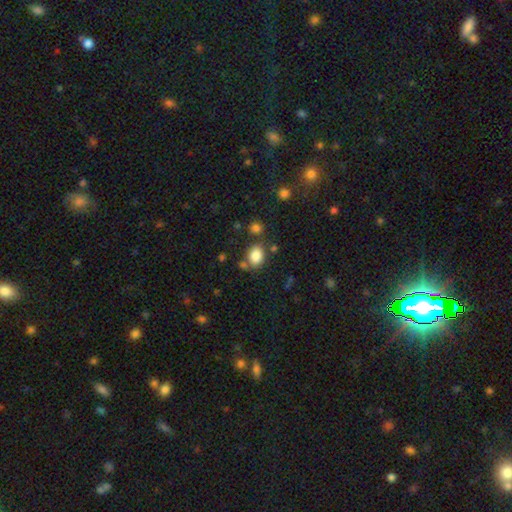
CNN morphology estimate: Q: Smooth or featured?
A: smooth (85%); runner-up: star or artifact (10%)
Q: How rounded?
A: in between (71%); runner-up: round (28%)
Q: Merging?
A: none (70%); runner-up: minor disturbance (14%)